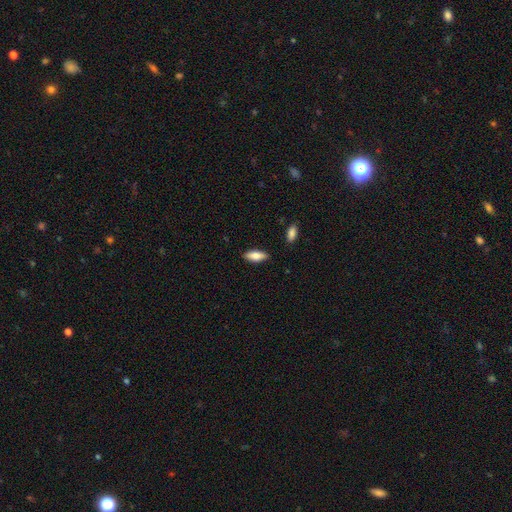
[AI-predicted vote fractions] smooth-or-featured: smooth: 77% | featured or disk: 17% | star or artifact: 6%
  how-rounded: in between: 73% | cigar-shaped: 25% | round: 2%
  merging: none: 85% | minor disturbance: 11% | major disturbance: 2% | merger: 2%